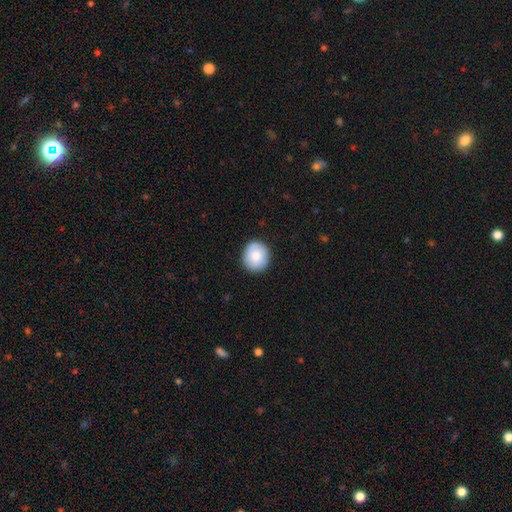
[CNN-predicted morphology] Smooth or featured: smooth — 83% (featured or disk — 10%)
How rounded: round — 82% (in between — 17%)
Merging: none — 89% (minor disturbance — 9%)